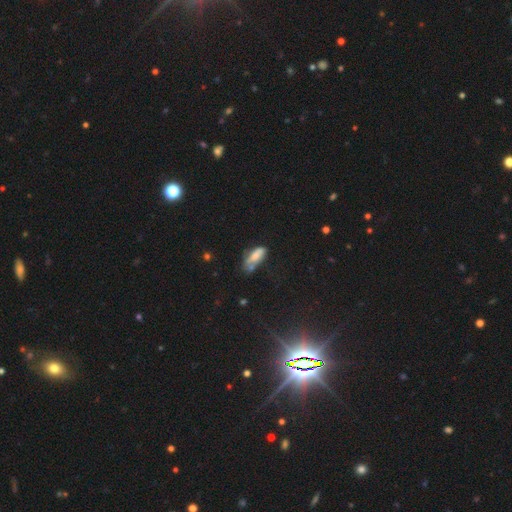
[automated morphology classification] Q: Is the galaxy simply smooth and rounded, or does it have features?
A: smooth — 68%.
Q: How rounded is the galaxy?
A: in between — 71%.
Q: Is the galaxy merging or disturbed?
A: none — 39%.